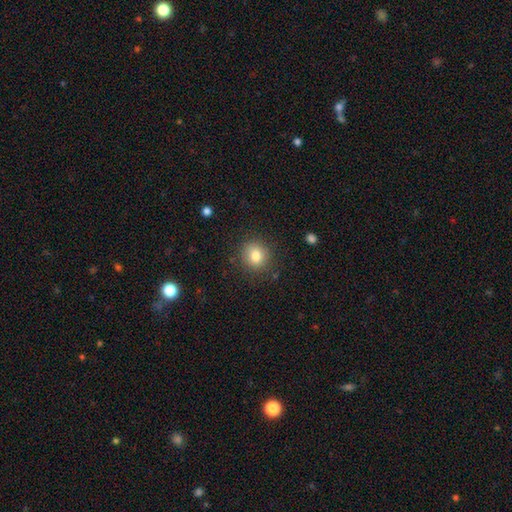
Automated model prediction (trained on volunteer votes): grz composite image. It shows a smooth galaxy with no disk features (80%) that is round (85%). Merging: none (86%).